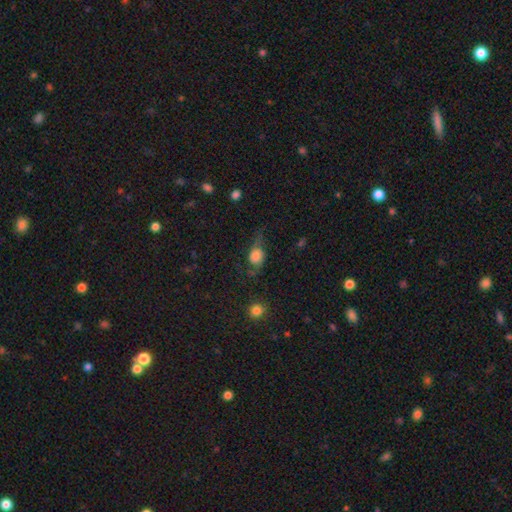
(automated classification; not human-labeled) This appears to be a smooth galaxy with no disk features (57%) that is round (52%). Merging: none (38%).